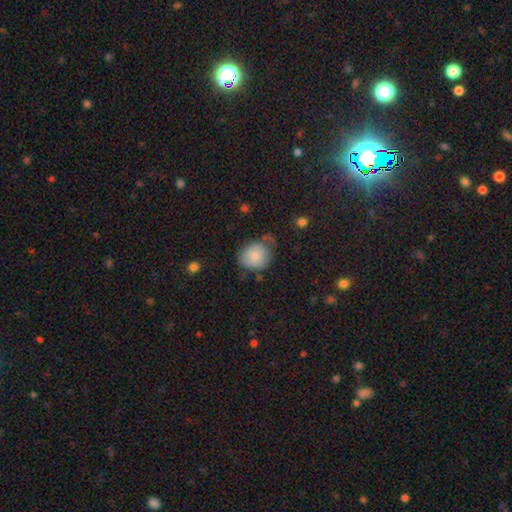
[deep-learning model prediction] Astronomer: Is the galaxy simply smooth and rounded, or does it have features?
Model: smooth — 83%.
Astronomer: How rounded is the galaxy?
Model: round — 65%.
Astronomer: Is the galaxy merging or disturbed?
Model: none — 55% (runner-up: minor disturbance, 30%).